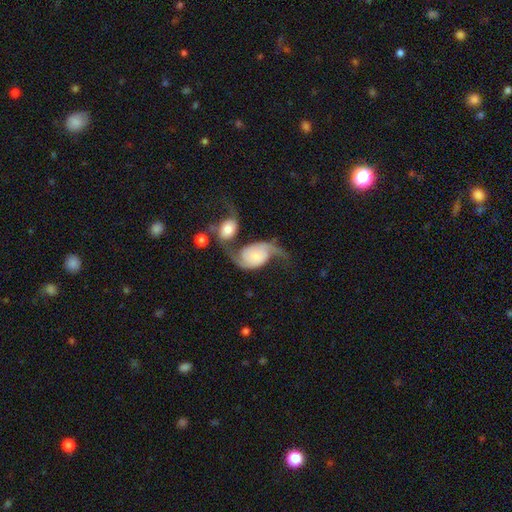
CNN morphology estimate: Smooth or featured? Predicted: featured or disk (p=0.84). Edge-on disk? Predicted: no (p=0.97). Bar? Predicted: no (p=0.68). Spiral arms? Predicted: yes (p=0.97). Spiral winding? Predicted: loose (p=0.69). Spiral arm count? Predicted: 2 (p=0.93). Bulge size? Predicted: small (p=0.40). Merging? Predicted: merger (p=0.36).